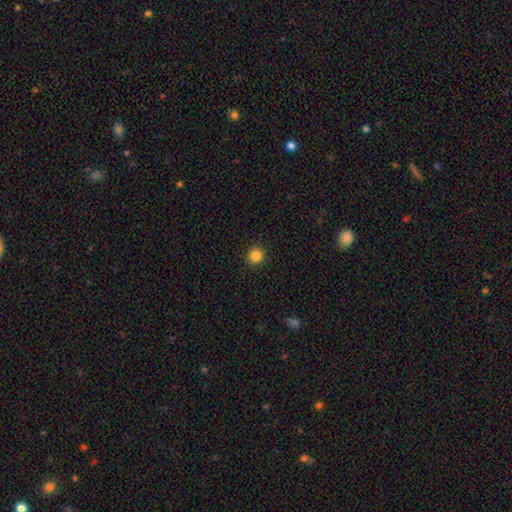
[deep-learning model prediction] This is clearly a smooth galaxy (85%). How rounded: clearly round (93%). Merging: clearly none (92%).